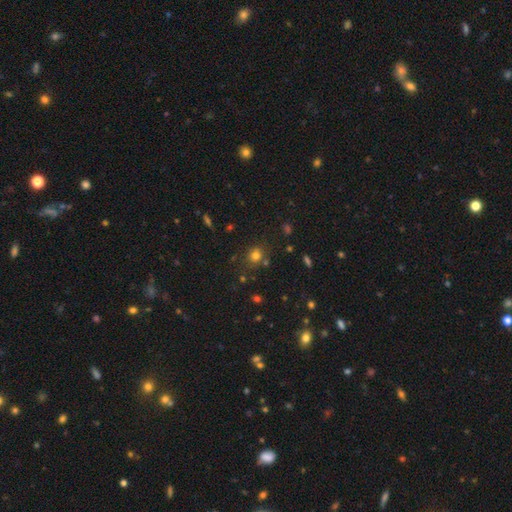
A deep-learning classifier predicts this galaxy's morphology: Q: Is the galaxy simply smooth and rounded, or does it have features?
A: smooth — 71%.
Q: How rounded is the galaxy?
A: round — 74%.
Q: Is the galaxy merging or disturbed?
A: none — 75%.